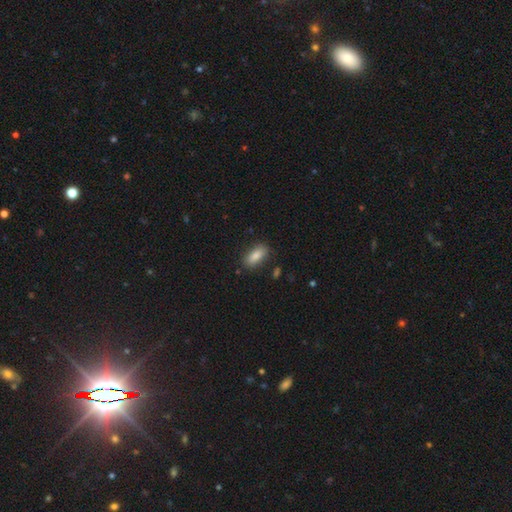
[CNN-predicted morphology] Smooth or featured: smooth — 84% (featured or disk — 9%)
How rounded: in between — 84% (cigar-shaped — 13%)
Merging: none — 84% (minor disturbance — 11%)